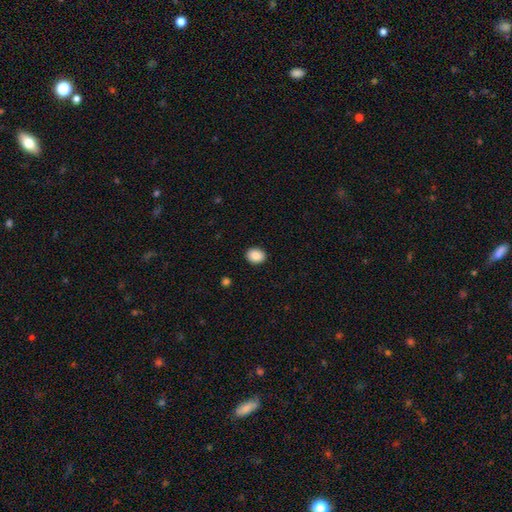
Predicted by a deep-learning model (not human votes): smooth_or_featured: smooth (p=0.88) [alt: star or artifact p=0.08]
how_rounded: round (p=0.51) [alt: in between p=0.48]
merging: none (p=0.91) [alt: minor disturbance p=0.06]